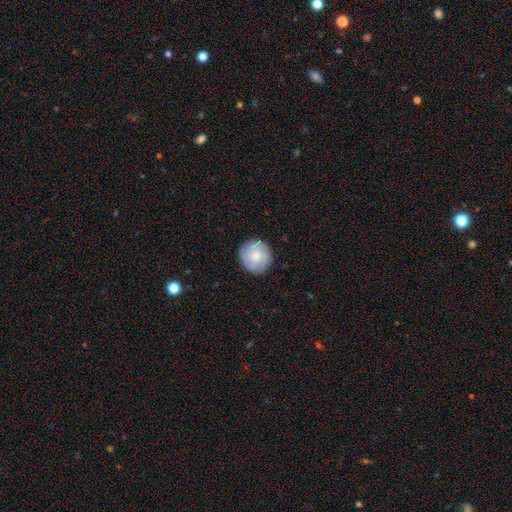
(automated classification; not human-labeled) Morphology: type=smooth (59%); roundness=round (92%); merging=none (86%).